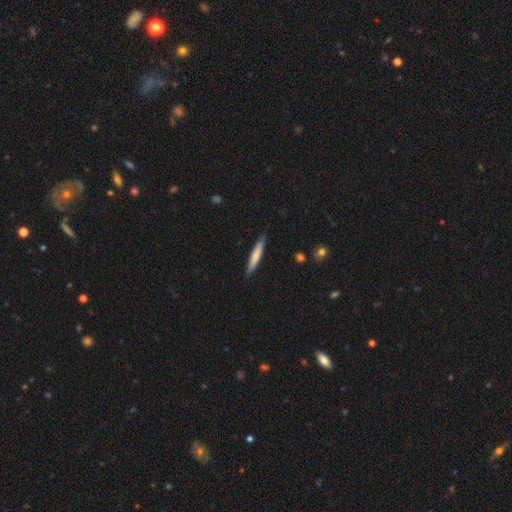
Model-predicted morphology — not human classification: This is likely a smooth galaxy (69%). How rounded: clearly cigar-shaped (93%). Merging: clearly none (85%).